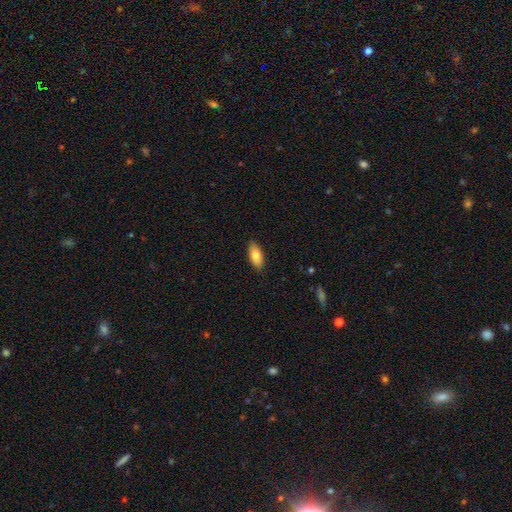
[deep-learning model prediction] The model was most divided on "smooth or featured": smooth: 81%, featured or disk: 13%, star or artifact: 6%. More confident: merging — none (88%); how rounded — in between (85%).